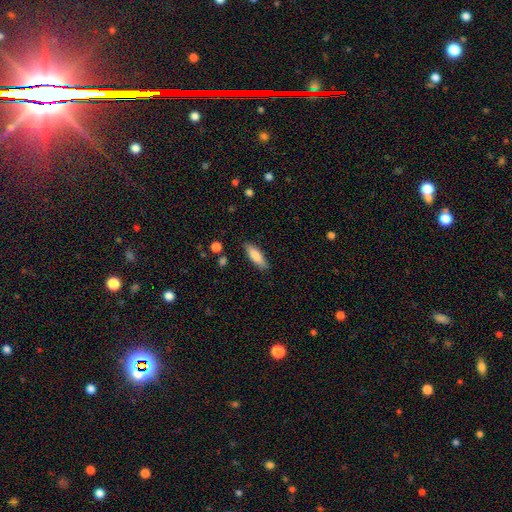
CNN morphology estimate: type=smooth (84%); roundness=in between (54%); merging=none (86%).